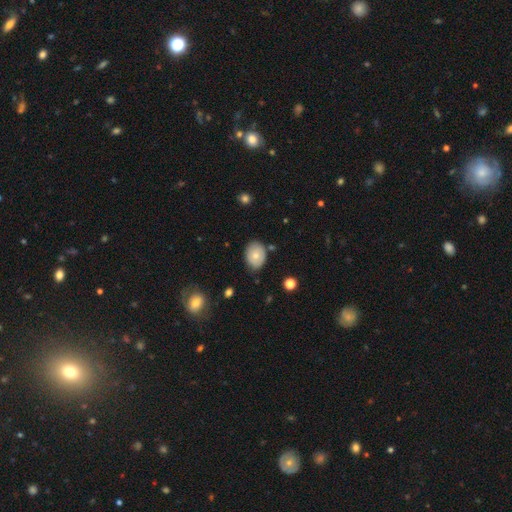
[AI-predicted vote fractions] A smooth galaxy with no disk features (69%) that is in between round and cigar-shaped (66%). Merging: none (77%).